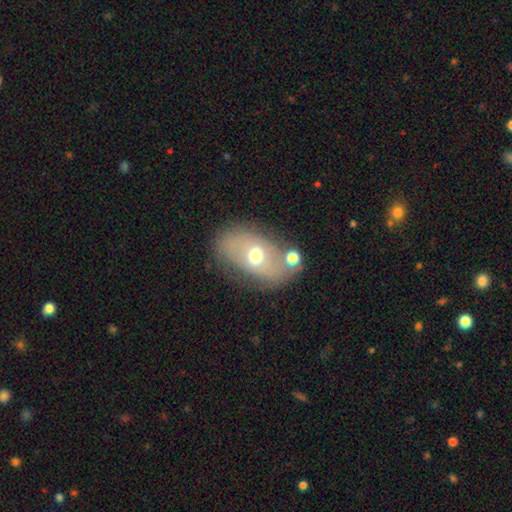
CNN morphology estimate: The model was most divided on "smooth or featured": smooth: 50%, featured or disk: 40%, star or artifact: 10%. More confident: how rounded — in between (85%); merging — none (59%).